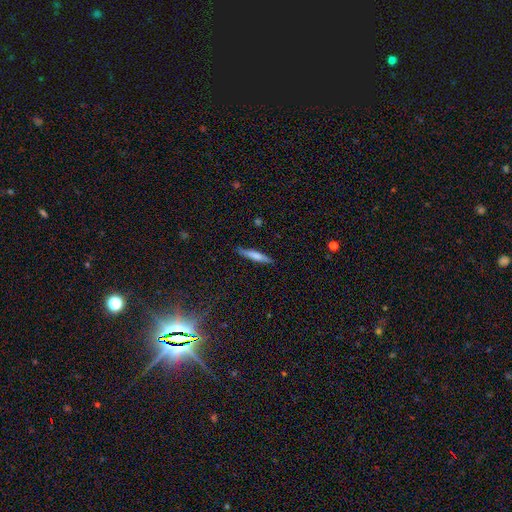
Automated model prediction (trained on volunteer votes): A smooth galaxy with no disk features (64%) that is cigar-shaped (93%). Merging: none (89%).